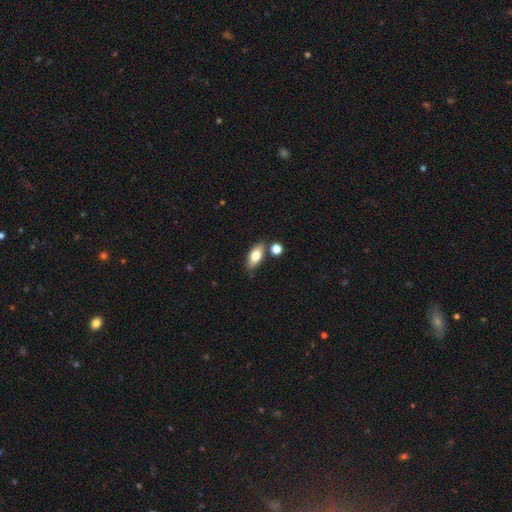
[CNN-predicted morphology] Smooth or featured: smooth — 73% (featured or disk — 20%)
How rounded: in between — 83% (cigar-shaped — 13%)
Merging: none — 75% (minor disturbance — 13%)